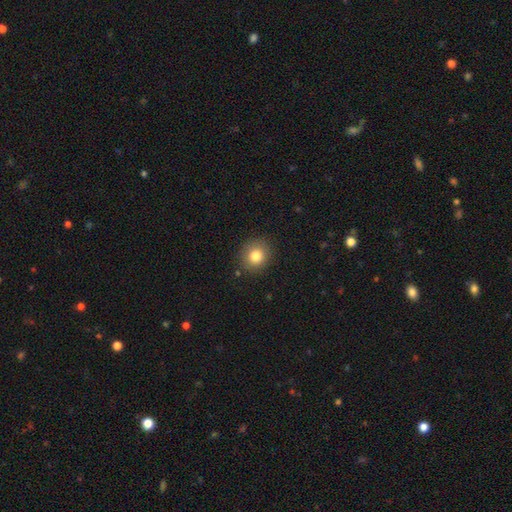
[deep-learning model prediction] Morphology: type=smooth (81%); roundness=round (80%); merging=none (87%).